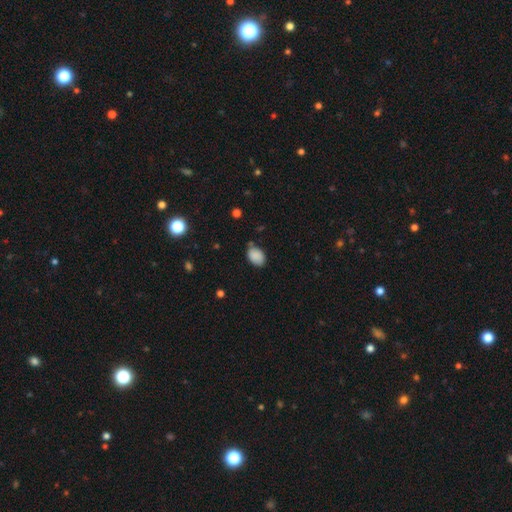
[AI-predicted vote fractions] Smooth or featured? Predicted: smooth (p=0.87). How rounded? Predicted: in between (p=0.81). Merging? Predicted: none (p=0.69).